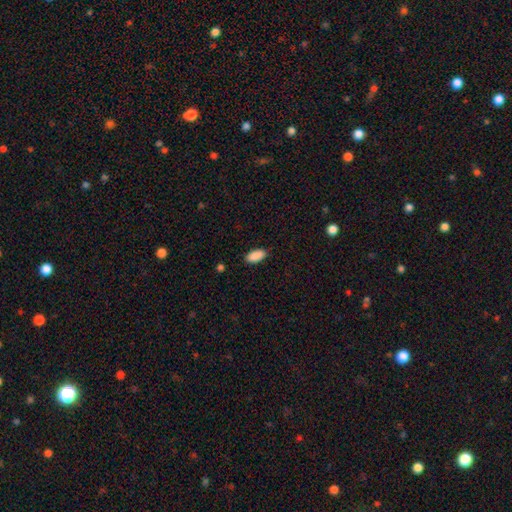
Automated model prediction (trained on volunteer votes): Smooth or featured: smooth — 90% (star or artifact — 7%)
How rounded: in between — 91% (cigar-shaped — 7%)
Merging: none — 87% (minor disturbance — 9%)